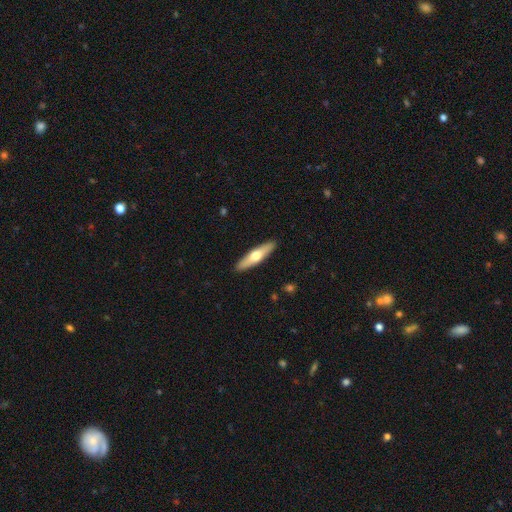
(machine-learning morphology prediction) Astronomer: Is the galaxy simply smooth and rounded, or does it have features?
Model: smooth — 51% (runner-up: featured or disk, 44%).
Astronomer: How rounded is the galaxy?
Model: cigar-shaped — 78%.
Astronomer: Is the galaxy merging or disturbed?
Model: none — 91%.